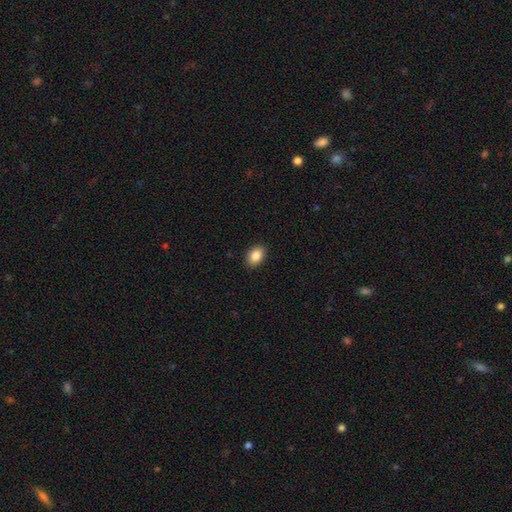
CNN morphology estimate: smooth-or-featured: smooth: 87% | star or artifact: 8% | featured or disk: 5%
  how-rounded: in between: 82% | round: 16% | cigar-shaped: 1%
  merging: none: 90% | minor disturbance: 7% | major disturbance: 2% | merger: 1%